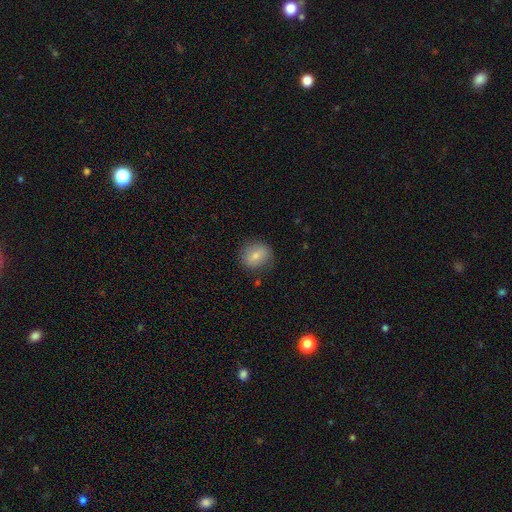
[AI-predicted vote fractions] Smooth or featured? Predicted: smooth (p=0.75). How rounded? Predicted: round (p=0.74). Merging? Predicted: none (p=0.80).